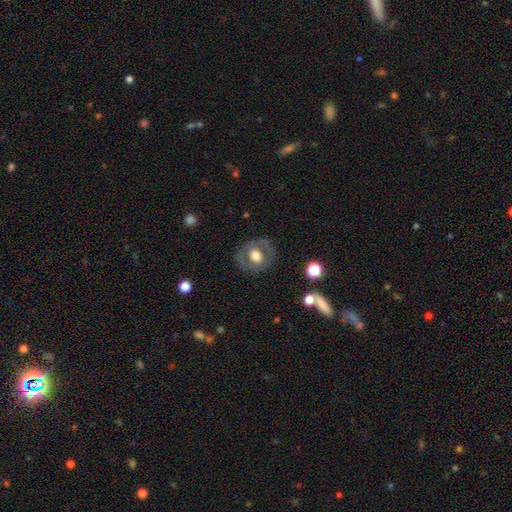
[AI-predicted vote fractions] Overall: smooth (48%; featured or disk 45%). Merging: none (78%).